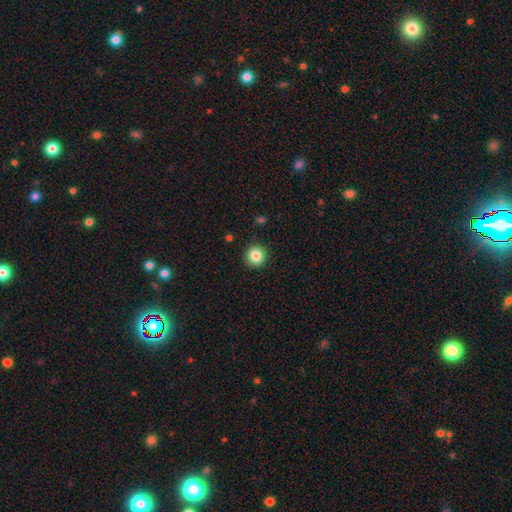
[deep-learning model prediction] Q: Smooth or featured?
A: smooth (85%); runner-up: star or artifact (10%)
Q: How rounded?
A: round (95%); runner-up: in between (4%)
Q: Merging?
A: none (91%); runner-up: minor disturbance (6%)